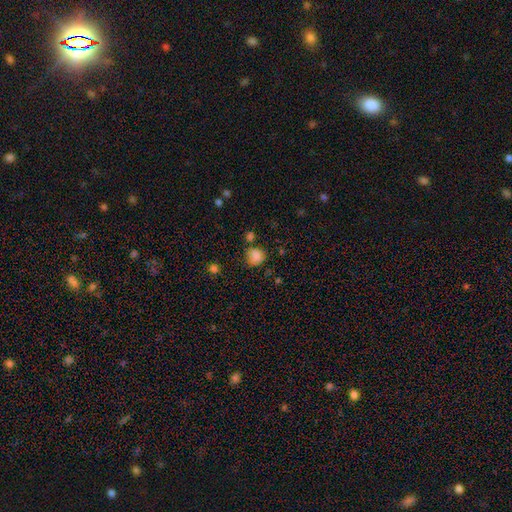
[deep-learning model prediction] smooth_or_featured: smooth (p=0.83) [alt: star or artifact p=0.12]
how_rounded: round (p=0.78) [alt: in between p=0.21]
merging: none (p=0.62) [alt: minor disturbance p=0.22]